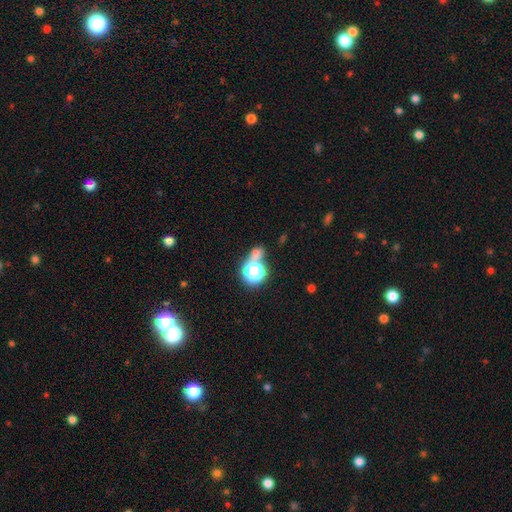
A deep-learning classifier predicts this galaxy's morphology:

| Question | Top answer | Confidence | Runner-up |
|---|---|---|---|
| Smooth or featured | smooth | 51% | star or artifact (39%) |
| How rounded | round | 69% | in between (28%) |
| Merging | none | 51% | merger (30%) |